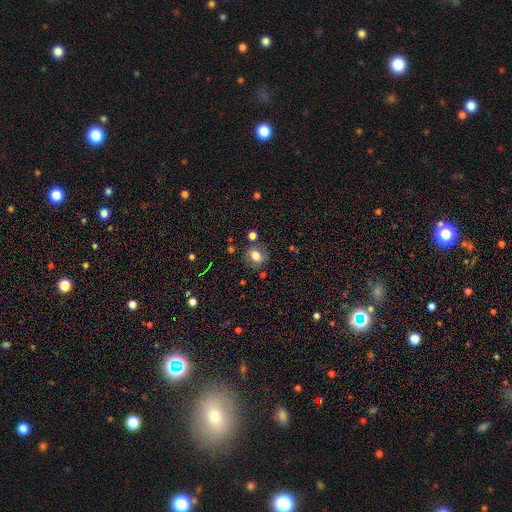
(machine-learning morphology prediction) This is likely a smooth galaxy (74%). How rounded: possibly round (54%). Merging: likely none (74%).